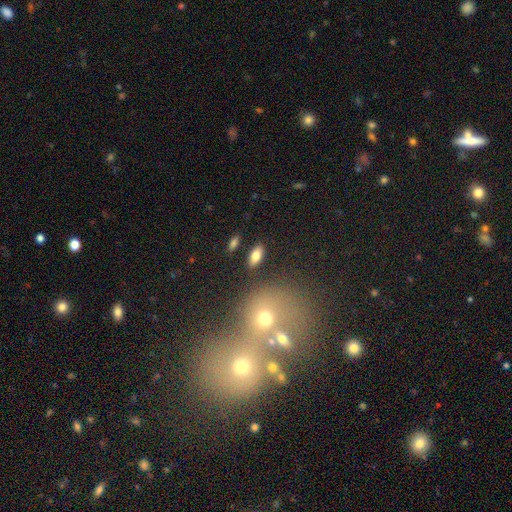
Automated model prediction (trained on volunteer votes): smooth_or_featured: smooth (p=0.78) [alt: featured or disk p=0.14]
how_rounded: in between (p=0.86) [alt: cigar-shaped p=0.11]
merging: none (p=0.85) [alt: minor disturbance p=0.09]